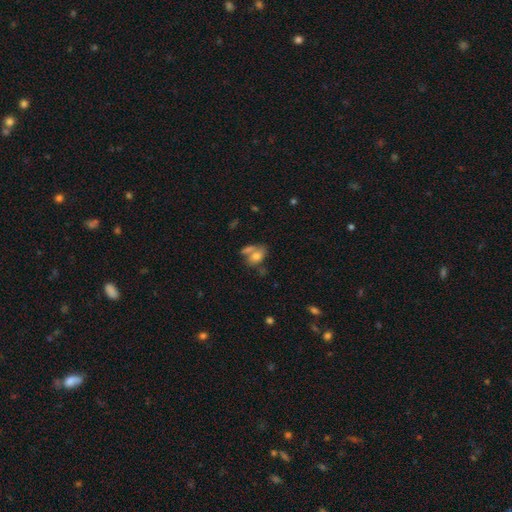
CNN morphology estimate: A smooth galaxy with no disk features (71%) that is in between round and cigar-shaped (78%).

Vote fractions:
- Smooth or featured? smooth: 71% / featured or disk: 18% / star or artifact: 10%
- How rounded? in between: 78% / round: 19% / cigar-shaped: 4%
- Merging? none: 39% / merger: 38% / minor disturbance: 14% / major disturbance: 9%